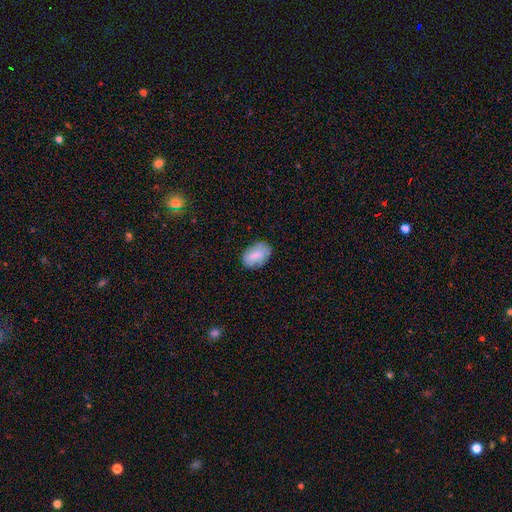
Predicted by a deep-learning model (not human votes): Smooth or featured: smooth — 81% (featured or disk — 12%)
How rounded: in between — 89% (round — 10%)
Merging: none — 76% (minor disturbance — 19%)